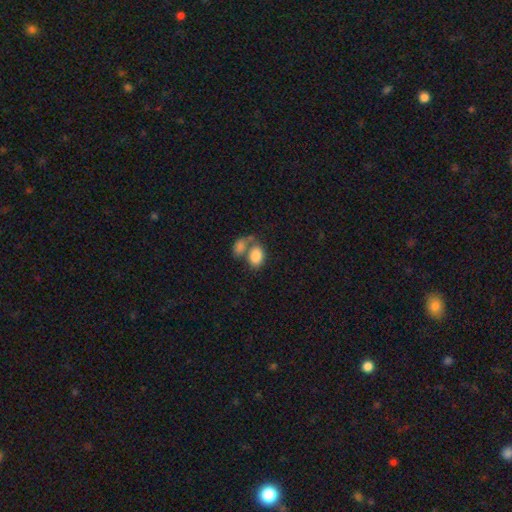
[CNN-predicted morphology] Q: Smooth or featured?
A: smooth (83%); runner-up: featured or disk (9%)
Q: How rounded?
A: in between (82%); runner-up: round (17%)
Q: Merging?
A: merger (51%); runner-up: none (33%)